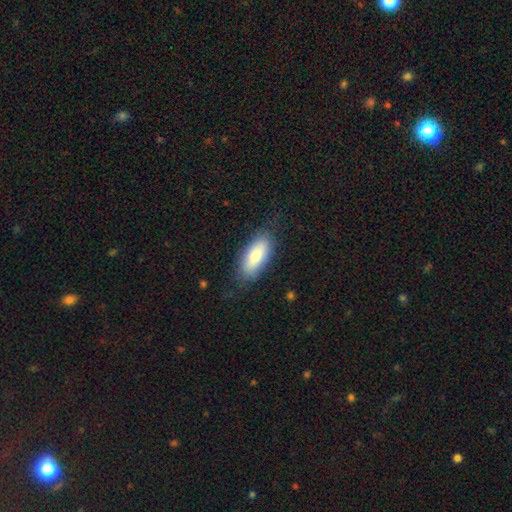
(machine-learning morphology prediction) smooth 83%, featured or disk 11%, star or artifact 6%. Down the decision tree: how rounded — in between (86%); merging — none (77%).